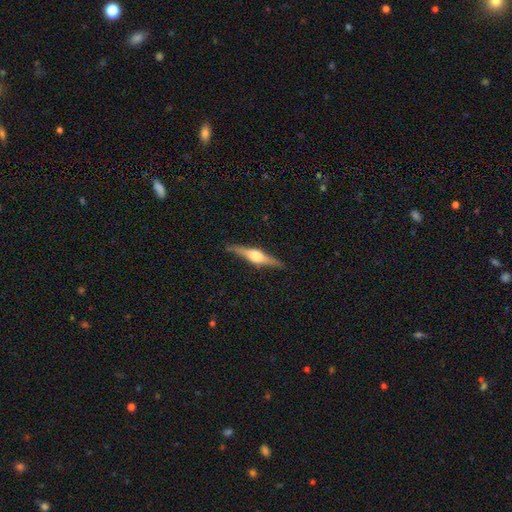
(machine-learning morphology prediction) This is likely a featured or disk galaxy (76%). It is clearly viewed edge-on (97%). Edge-on bulge: clearly rounded (92%). Merging: clearly none (88%).